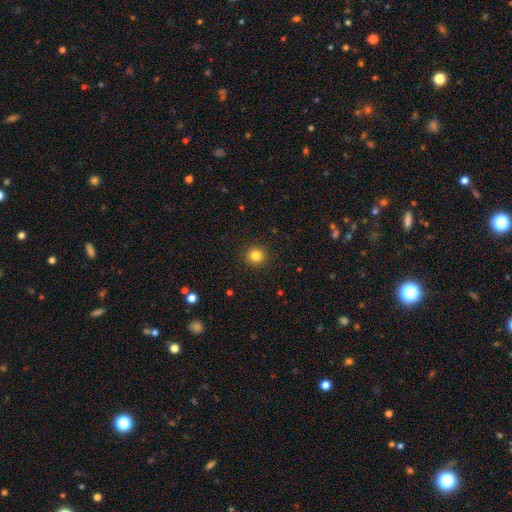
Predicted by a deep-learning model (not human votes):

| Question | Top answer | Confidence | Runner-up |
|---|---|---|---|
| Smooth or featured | smooth | 83% | star or artifact (12%) |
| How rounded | round | 92% | in between (7%) |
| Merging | none | 92% | minor disturbance (5%) |